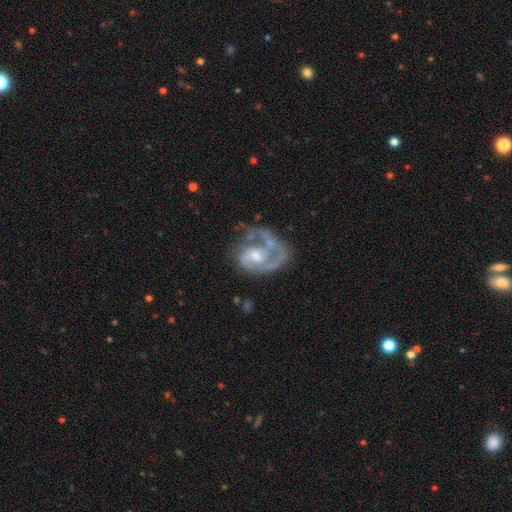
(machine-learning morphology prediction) type=featured or disk (84%); edge-on=no (98%); bar=no (57%); spiral arms=yes (89%); winding=medium (45%); arm count=1 (50%); bulge=moderate (50%); merging=none (43%).